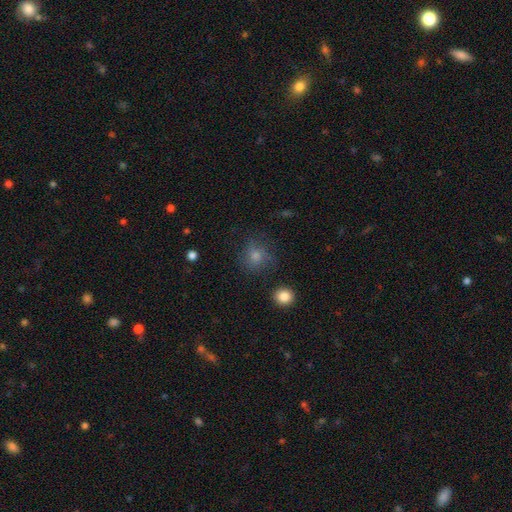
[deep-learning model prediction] Smooth or featured?
  - smooth: 58% *
  - star or artifact: 22%
  - featured or disk: 20%
How rounded?
  - round: 85% *
  - in between: 14%
  - cigar-shaped: 1%
Merging?
  - none: 75% *
  - minor disturbance: 15%
  - major disturbance: 8%
  - merger: 2%